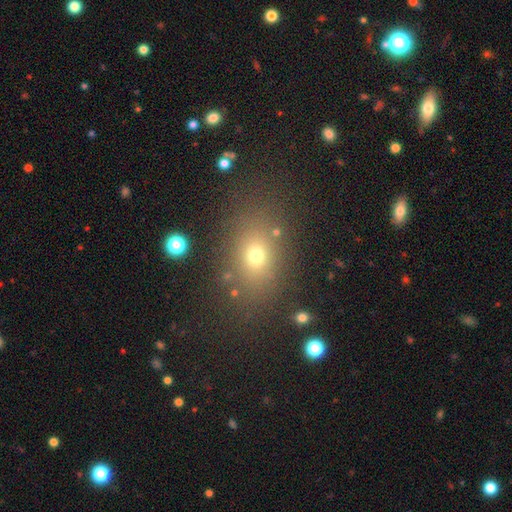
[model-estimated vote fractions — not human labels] smooth-or-featured: smooth: 68% | star or artifact: 20% | featured or disk: 12%
  how-rounded: in between: 61% | round: 37% | cigar-shaped: 2%
  merging: none: 79% | minor disturbance: 11% | major disturbance: 6% | merger: 3%